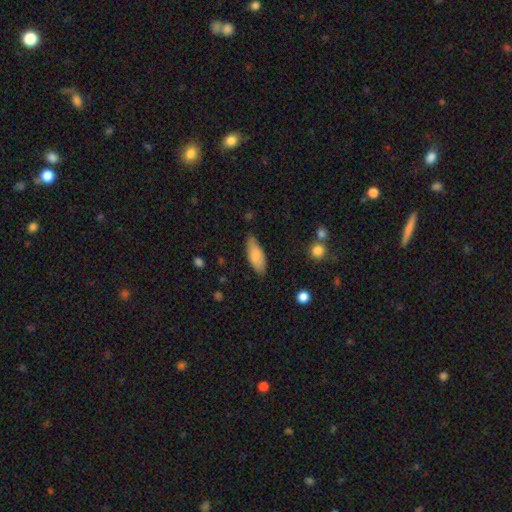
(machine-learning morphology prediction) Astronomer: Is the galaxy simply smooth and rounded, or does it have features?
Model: smooth — 83%.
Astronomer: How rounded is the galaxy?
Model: in between — 73%.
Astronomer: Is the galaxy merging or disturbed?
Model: none — 78%.